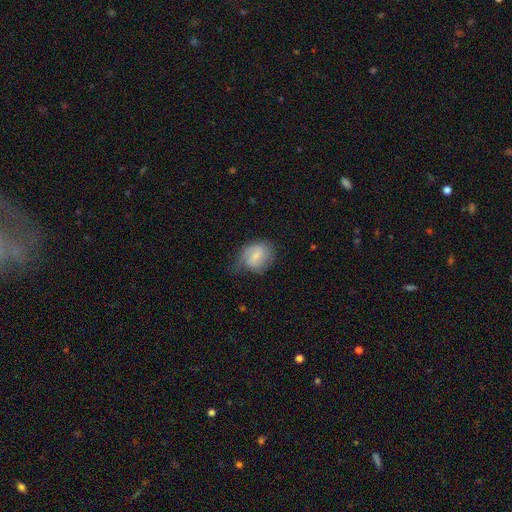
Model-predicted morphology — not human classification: smooth-or-featured: featured or disk: 52% | smooth: 41% | star or artifact: 7%
  disk-edge-on: no: 96% | yes: 4%
  merging: none: 44% | minor disturbance: 34% | major disturbance: 21% | merger: 2%